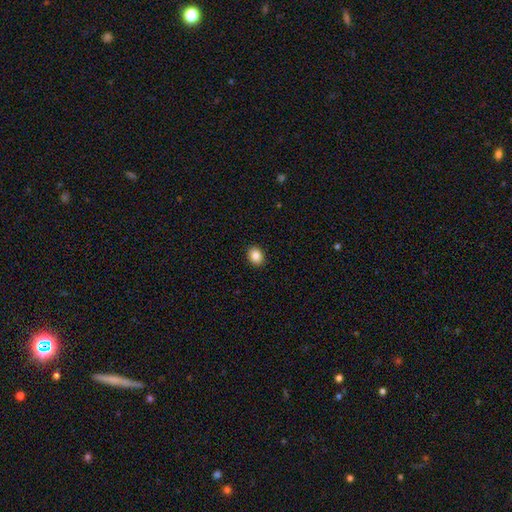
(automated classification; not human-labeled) smooth 86%, star or artifact 9%, featured or disk 5%. Down the decision tree: how rounded — in between (57%); merging — none (91%).